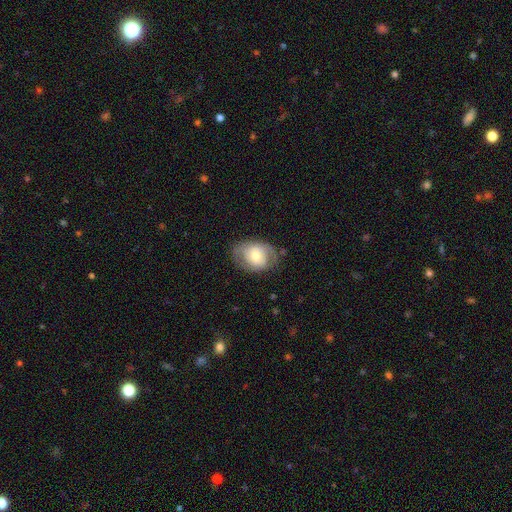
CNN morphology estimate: smooth-or-featured: smooth: 48% | featured or disk: 45% | star or artifact: 7%
  merging: none: 69% | minor disturbance: 21% | major disturbance: 9% | merger: 1%